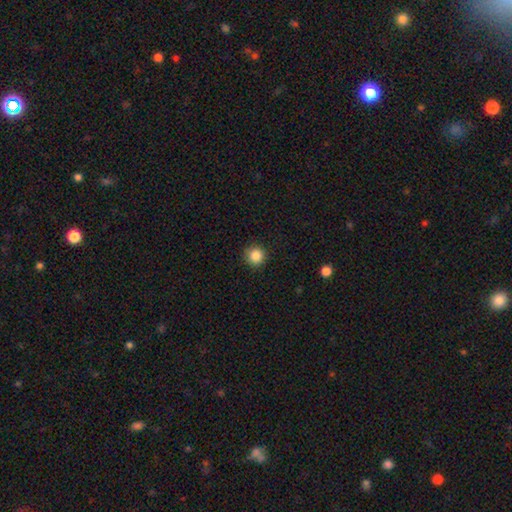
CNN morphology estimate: Smooth or featured? smooth (86%)
How rounded? round (95%)
Merging? none (90%)